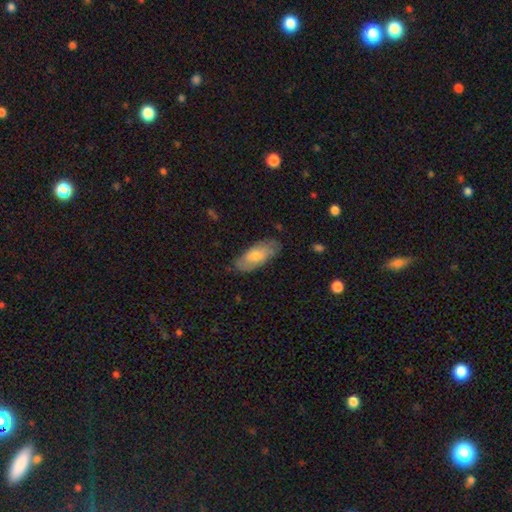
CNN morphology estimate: Smooth or featured: smooth — 64% (featured or disk — 30%)
How rounded: in between — 81% (cigar-shaped — 17%)
Merging: none — 78% (minor disturbance — 17%)